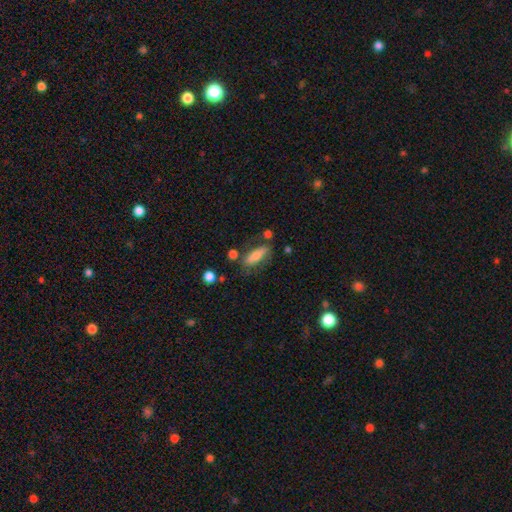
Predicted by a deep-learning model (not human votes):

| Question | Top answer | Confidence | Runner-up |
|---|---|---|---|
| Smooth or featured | smooth | 68% | featured or disk (23%) |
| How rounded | in between | 63% | cigar-shaped (34%) |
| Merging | none | 64% | minor disturbance (20%) |